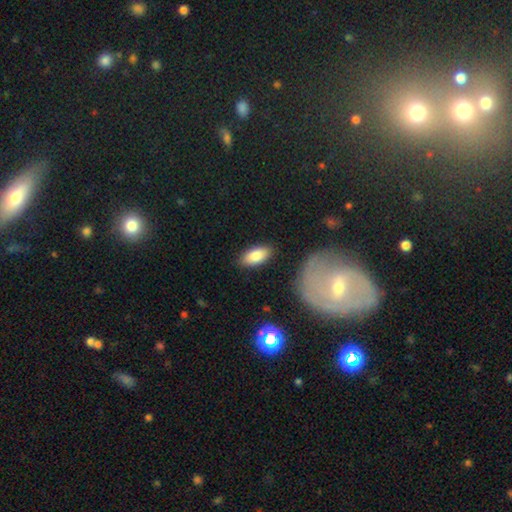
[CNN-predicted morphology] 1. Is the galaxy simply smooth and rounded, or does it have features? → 84% smooth, 10% featured or disk, 7% star or artifact.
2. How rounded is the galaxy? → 89% in between, 8% cigar-shaped, 2% round.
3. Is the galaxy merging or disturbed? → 86% none, 10% minor disturbance, 2% major disturbance, 2% merger.